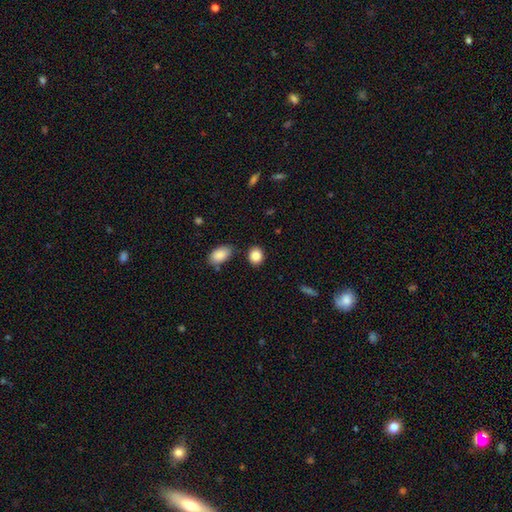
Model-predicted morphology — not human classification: Overall: smooth (88%). How rounded: round (62%; in between 37%). Merging: none (82%).